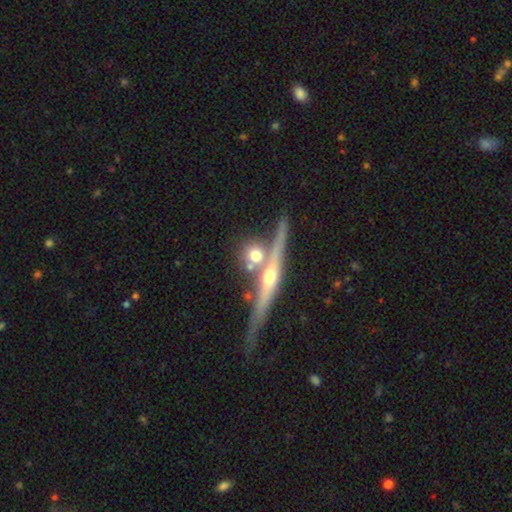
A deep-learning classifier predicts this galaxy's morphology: Smooth or featured?
  - featured or disk: 47% *
  - smooth: 43%
  - star or artifact: 10%
Merging?
  - none: 60% *
  - merger: 25%
  - minor disturbance: 11%
  - major disturbance: 4%